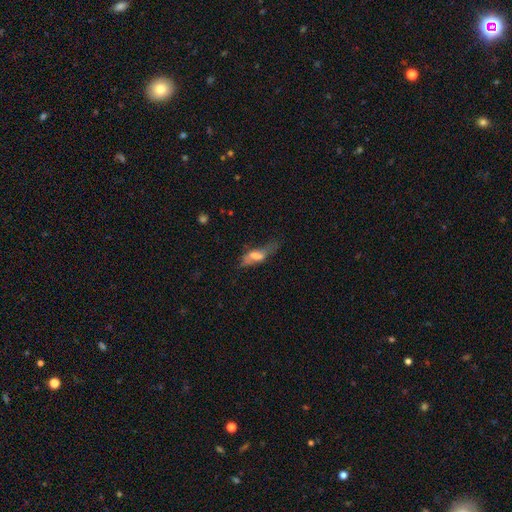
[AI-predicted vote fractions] Smooth or featured? smooth (50%)
How rounded? in between (61%)
Merging? none (37%)